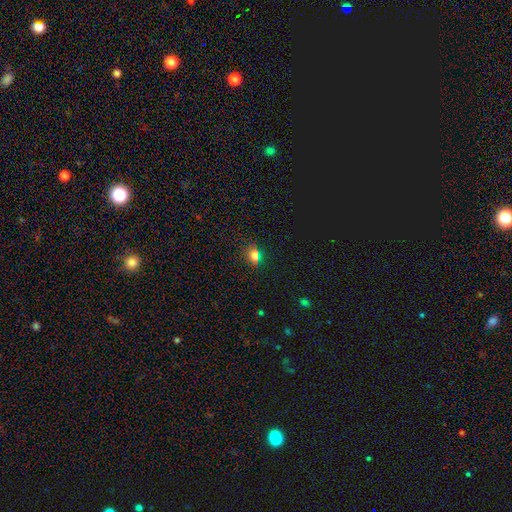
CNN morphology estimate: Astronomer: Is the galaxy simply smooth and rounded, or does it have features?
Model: smooth — 65%.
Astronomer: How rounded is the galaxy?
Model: round — 53% (runner-up: in between, 43%).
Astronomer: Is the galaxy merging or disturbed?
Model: none — 85%.